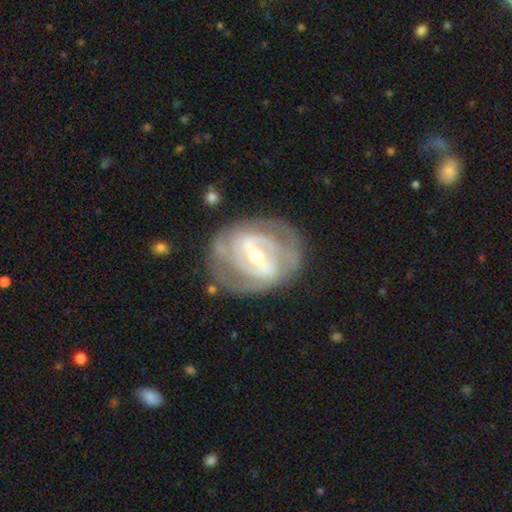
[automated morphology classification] smooth_or_featured: featured or disk (p=0.88) [alt: smooth p=0.08]
disk_edge_on: no (p=0.96) [alt: yes p=0.04]
bar: strong (p=0.52) [alt: weak p=0.36]
has_spiral_arms: yes (p=0.91) [alt: no p=0.09]
spiral_winding: tight (p=0.56) [alt: medium p=0.35]
spiral_arm_count: 2 (p=0.50) [alt: can't tell p=0.21]
bulge_size: moderate (p=0.52) [alt: small p=0.44]
merging: none (p=0.73) [alt: minor disturbance p=0.17]